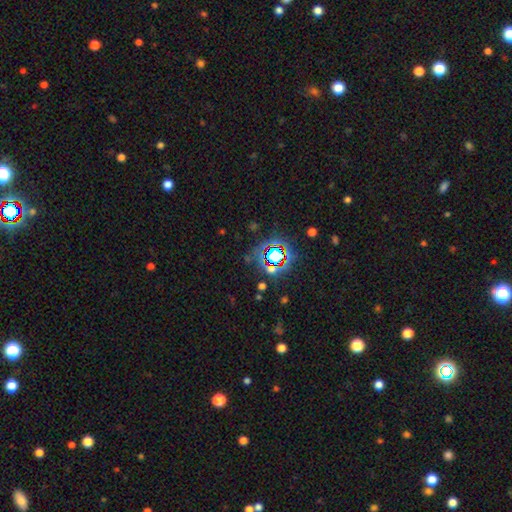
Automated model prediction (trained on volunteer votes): A star or artifact, not a galaxy (77%).

Vote fractions:
- Smooth or featured? star or artifact: 77% / smooth: 13% / featured or disk: 10%